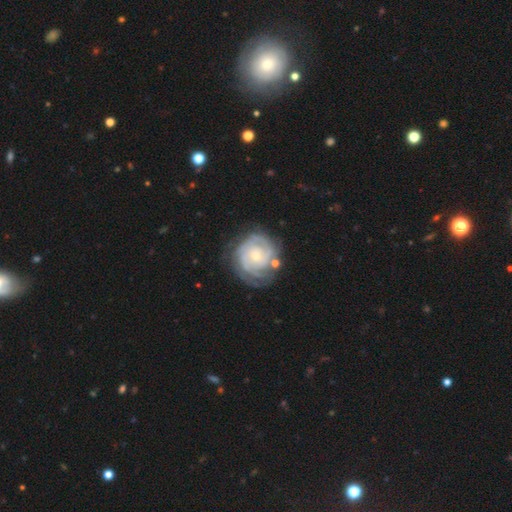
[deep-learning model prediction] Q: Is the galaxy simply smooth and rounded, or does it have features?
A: featured or disk — 84%.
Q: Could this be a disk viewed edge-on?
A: no — 98%.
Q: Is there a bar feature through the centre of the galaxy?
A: no — 69%.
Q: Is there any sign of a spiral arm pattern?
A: yes — 96%.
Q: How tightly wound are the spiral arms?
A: tight — 76%.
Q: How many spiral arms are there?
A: can't tell — 30%.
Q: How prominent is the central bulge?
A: small — 60%.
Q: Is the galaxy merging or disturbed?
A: none — 69%.